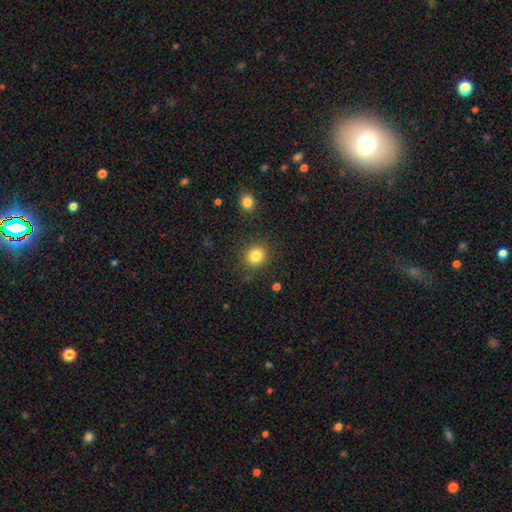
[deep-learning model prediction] A smooth galaxy with no disk features (84%) that is round (86%). Merging: none (88%).